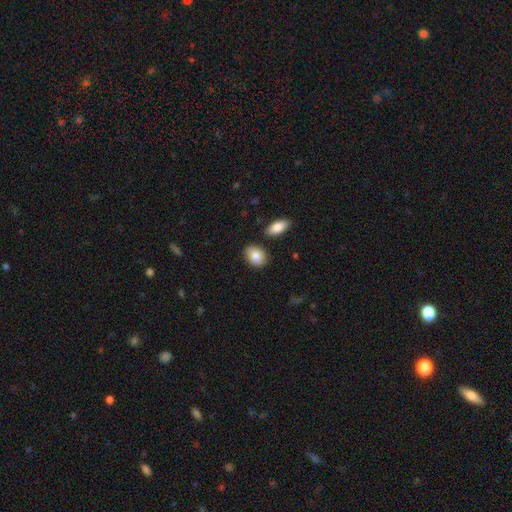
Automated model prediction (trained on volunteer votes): smooth-or-featured: smooth: 81% | featured or disk: 12% | star or artifact: 7%
  how-rounded: in between: 69% | round: 30% | cigar-shaped: 2%
  merging: none: 82% | minor disturbance: 11% | merger: 5% | major disturbance: 2%